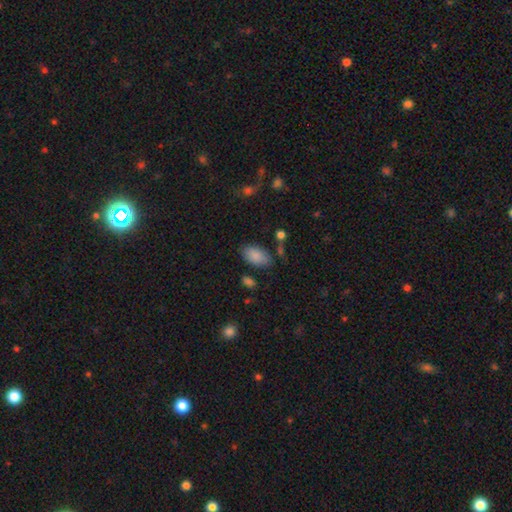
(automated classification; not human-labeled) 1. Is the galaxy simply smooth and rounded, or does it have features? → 87% smooth, 7% star or artifact, 6% featured or disk.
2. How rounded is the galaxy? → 94% in between, 4% round, 2% cigar-shaped.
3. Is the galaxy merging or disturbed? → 75% none, 16% minor disturbance, 5% major disturbance, 4% merger.